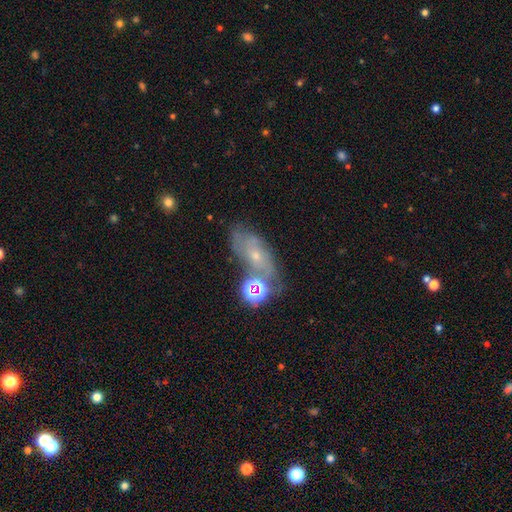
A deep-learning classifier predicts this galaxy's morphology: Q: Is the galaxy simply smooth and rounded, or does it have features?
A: featured or disk — 46%.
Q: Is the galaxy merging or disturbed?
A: none — 48%.